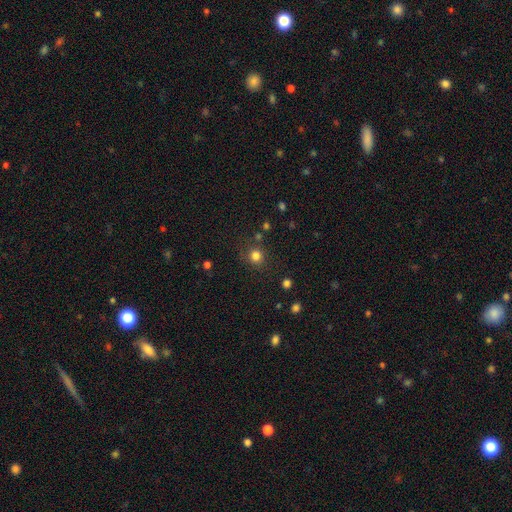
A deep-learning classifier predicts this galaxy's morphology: A smooth galaxy with no disk features (80%) that is round (91%).

Vote fractions:
- Smooth or featured? smooth: 80% / star or artifact: 15% / featured or disk: 5%
- How rounded? round: 91% / in between: 8% / cigar-shaped: 1%
- Merging? none: 82% / minor disturbance: 10% / merger: 4% / major disturbance: 4%